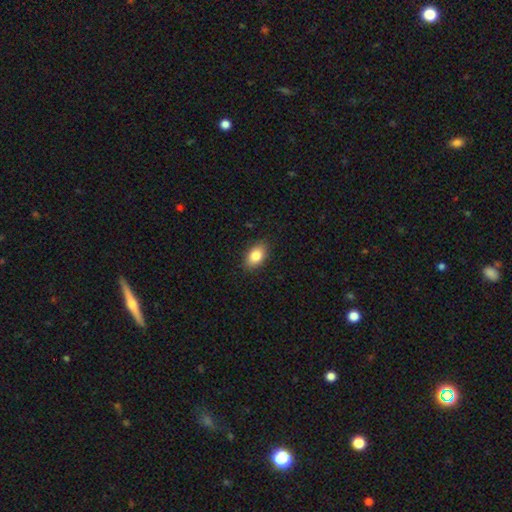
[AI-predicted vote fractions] Smooth or featured? smooth (84%)
How rounded? in between (90%)
Merging? none (87%)